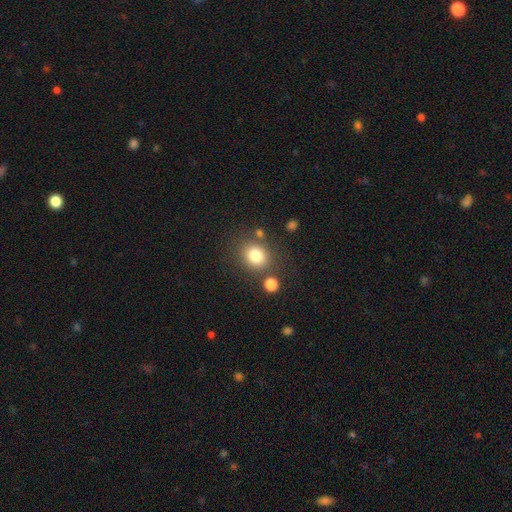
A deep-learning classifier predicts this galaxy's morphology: smooth_or_featured: smooth (p=0.81) [alt: star or artifact p=0.12]
how_rounded: round (p=0.70) [alt: in between p=0.29]
merging: none (p=0.76) [alt: minor disturbance p=0.11]